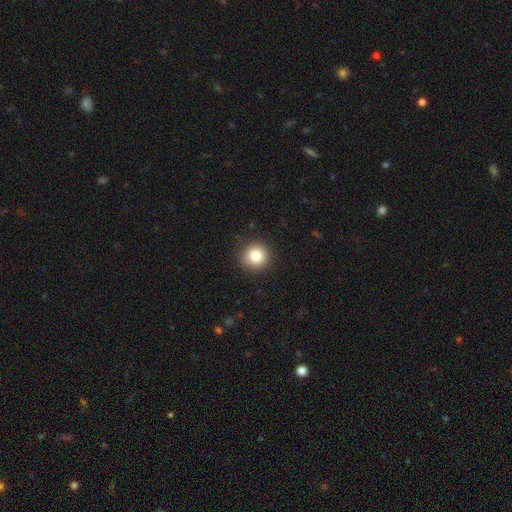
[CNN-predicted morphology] Smooth or featured? smooth (85%)
How rounded? round (93%)
Merging? none (90%)